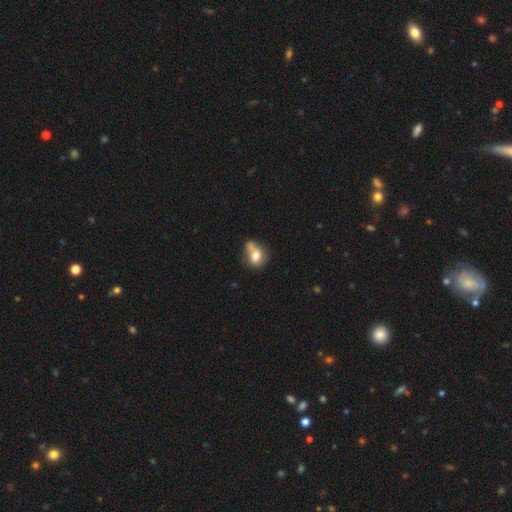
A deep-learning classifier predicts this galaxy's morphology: Q: Smooth or featured?
A: smooth (68%); runner-up: featured or disk (22%)
Q: How rounded?
A: in between (54%); runner-up: round (44%)
Q: Merging?
A: none (34%); runner-up: merger (30%)